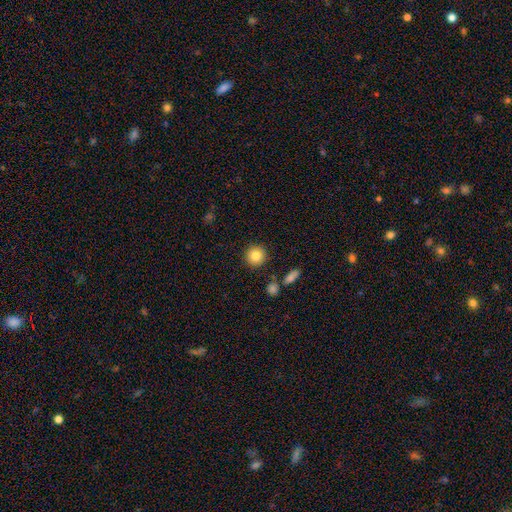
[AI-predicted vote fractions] Smooth or featured? Predicted: smooth (p=0.84). How rounded? Predicted: round (p=0.94). Merging? Predicted: none (p=0.90).